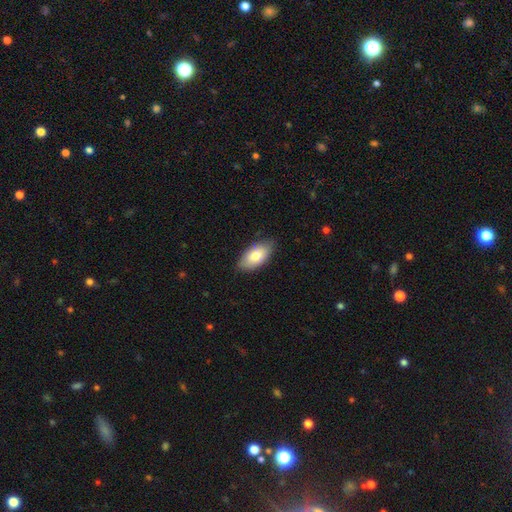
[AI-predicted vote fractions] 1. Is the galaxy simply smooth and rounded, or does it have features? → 82% smooth, 12% featured or disk, 6% star or artifact.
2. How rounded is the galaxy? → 93% in between, 4% cigar-shaped, 3% round.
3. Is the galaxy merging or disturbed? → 81% none, 15% minor disturbance, 3% major disturbance, 1% merger.